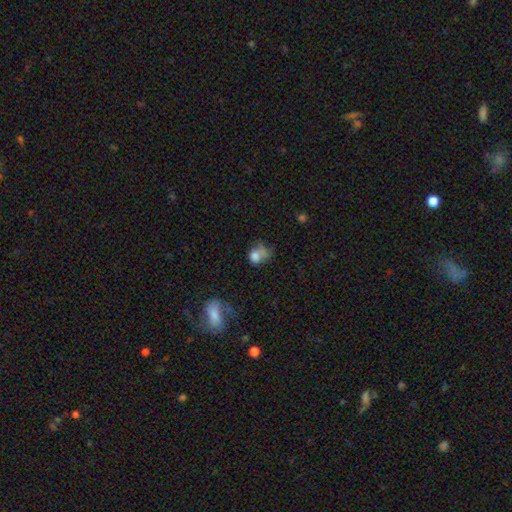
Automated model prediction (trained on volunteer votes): Smooth or featured? Predicted: smooth (p=0.72). How rounded? Predicted: in between (p=0.51). Merging? Predicted: none (p=0.30).